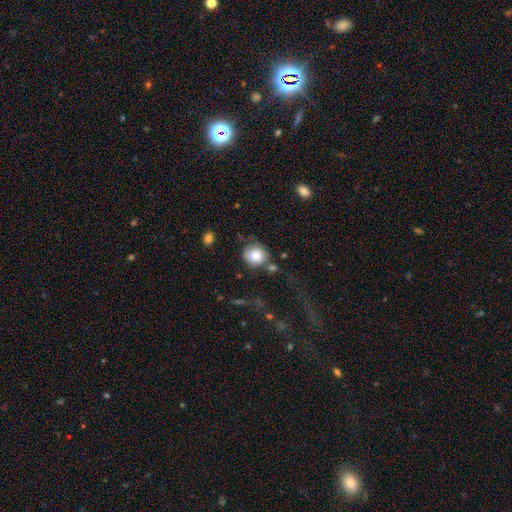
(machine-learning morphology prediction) Smooth or featured? smooth (80%)
How rounded? round (83%)
Merging? none (62%)